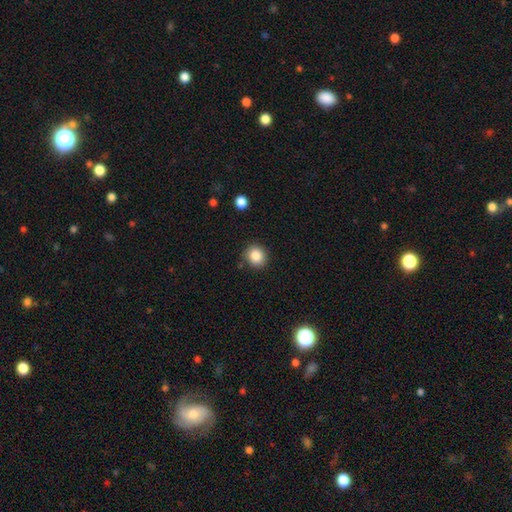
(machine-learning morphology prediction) smooth_or_featured: smooth (p=0.85) [alt: star or artifact p=0.10]
how_rounded: round (p=0.82) [alt: in between p=0.17]
merging: none (p=0.83) [alt: minor disturbance p=0.12]